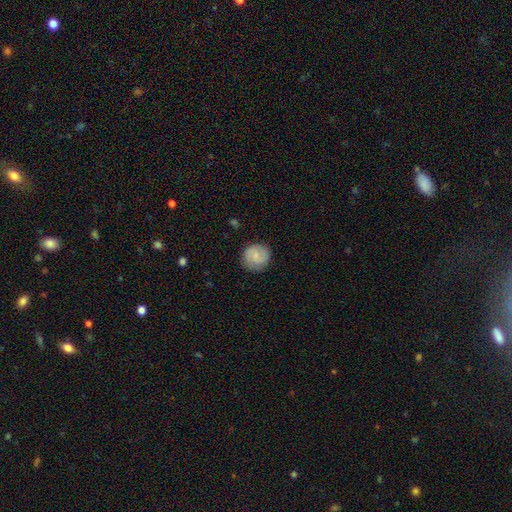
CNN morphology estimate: Smooth or featured? smooth (51%)
How rounded? round (90%)
Merging? none (84%)